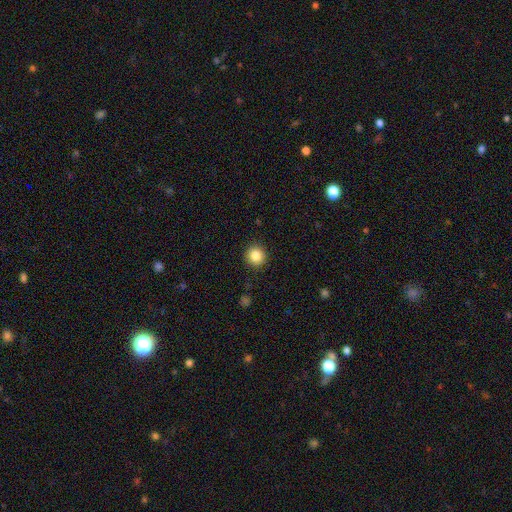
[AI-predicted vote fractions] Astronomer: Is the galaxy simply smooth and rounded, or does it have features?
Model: smooth — 85%.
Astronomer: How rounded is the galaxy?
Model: round — 93%.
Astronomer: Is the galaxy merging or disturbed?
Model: none — 91%.